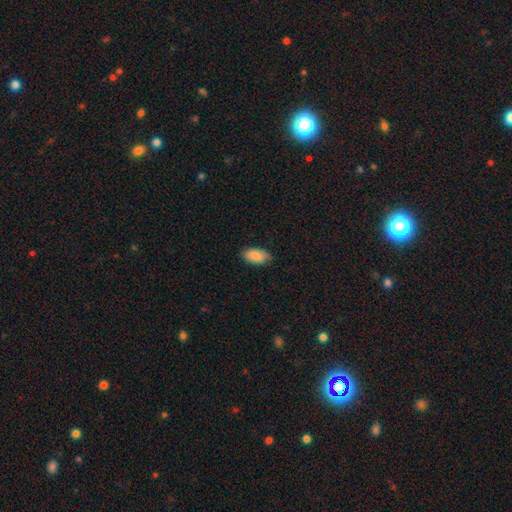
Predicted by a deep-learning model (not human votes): Morphology: type=smooth (85%); roundness=in between (94%); merging=none (77%).